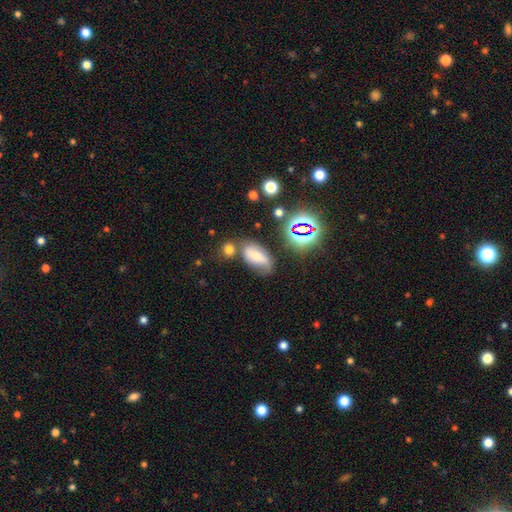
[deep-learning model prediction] Smooth or featured?
  - smooth: 55% *
  - featured or disk: 27%
  - star or artifact: 18%
How rounded?
  - in between: 87% *
  - round: 7%
  - cigar-shaped: 6%
Merging?
  - none: 51% *
  - minor disturbance: 24%
  - merger: 14%
  - major disturbance: 11%